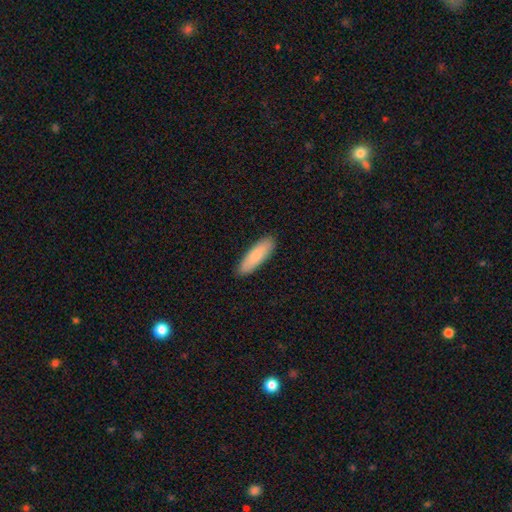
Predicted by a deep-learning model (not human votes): Morphology: type=smooth (80%); roundness=cigar-shaped (53%); merging=none (90%).